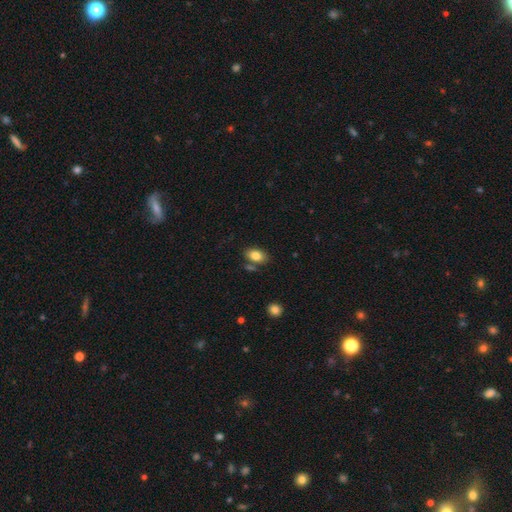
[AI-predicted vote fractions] Morphology: type=smooth (84%); roundness=in between (88%); merging=none (74%).